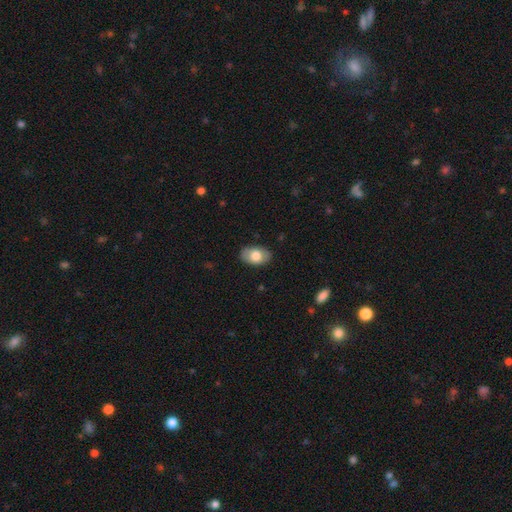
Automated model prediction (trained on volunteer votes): Smooth or featured?
  - smooth: 74% *
  - featured or disk: 19%
  - star or artifact: 6%
How rounded?
  - in between: 90% *
  - round: 8%
  - cigar-shaped: 1%
Merging?
  - none: 83% *
  - minor disturbance: 13%
  - major disturbance: 3%
  - merger: 1%